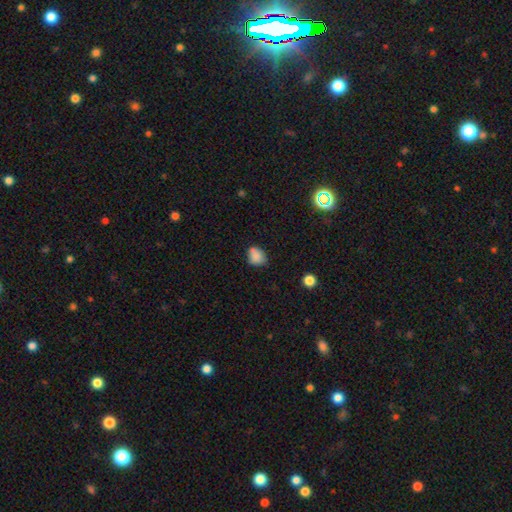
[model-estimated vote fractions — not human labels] Smooth or featured: smooth — 84% (star or artifact — 10%)
How rounded: in between — 57% (round — 42%)
Merging: none — 64% (minor disturbance — 27%)